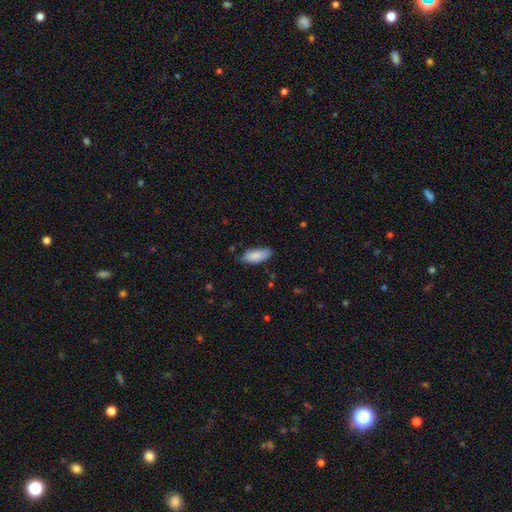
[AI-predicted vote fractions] Smooth or featured: smooth — 87% (featured or disk — 7%)
How rounded: in between — 82% (cigar-shaped — 17%)
Merging: none — 77% (minor disturbance — 19%)